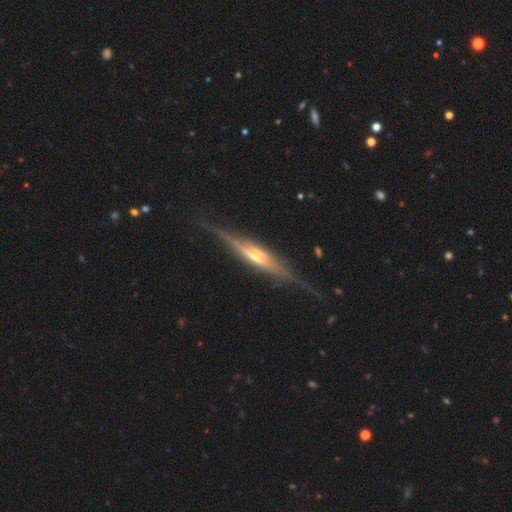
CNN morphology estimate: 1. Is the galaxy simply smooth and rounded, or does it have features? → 85% featured or disk, 9% smooth, 5% star or artifact.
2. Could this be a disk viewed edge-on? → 96% yes, 4% no.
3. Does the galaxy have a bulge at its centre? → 74% rounded, 16% boxy, 10% none.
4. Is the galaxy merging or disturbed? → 80% none, 14% minor disturbance, 4% major disturbance, 2% merger.